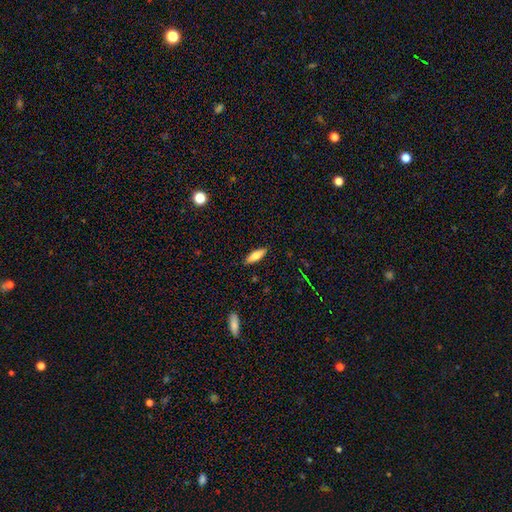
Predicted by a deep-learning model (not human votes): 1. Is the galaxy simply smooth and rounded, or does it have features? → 75% smooth, 18% featured or disk, 7% star or artifact.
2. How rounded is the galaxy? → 50% in between, 48% cigar-shaped, 2% round.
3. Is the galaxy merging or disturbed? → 88% none, 9% minor disturbance, 2% major disturbance, 1% merger.